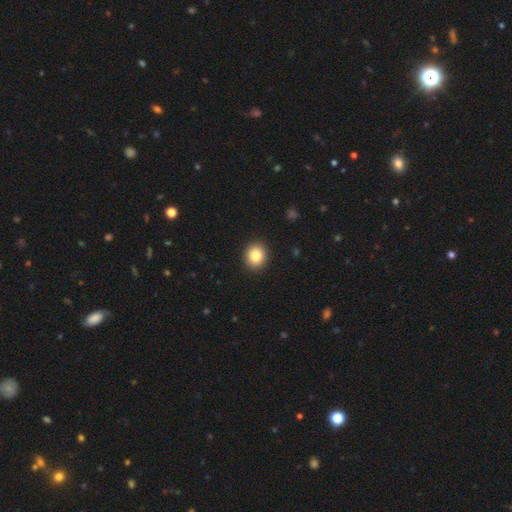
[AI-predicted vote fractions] This appears to be a smooth galaxy with no disk features (84%) that is round (75%). Merging: none (92%).